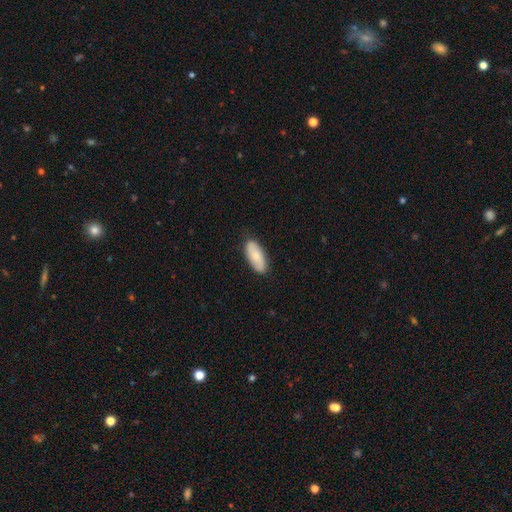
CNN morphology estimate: This appears to be a smooth galaxy with no disk features (71%) that is in between round and cigar-shaped (82%). Merging: none (85%).